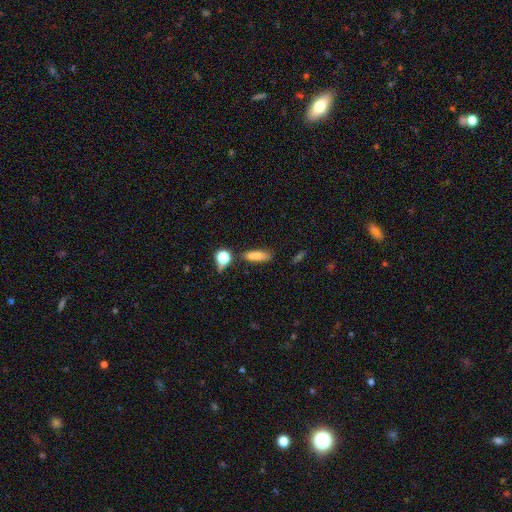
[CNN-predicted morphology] type=smooth (70%); roundness=cigar-shaped (49%); merging=none (55%).